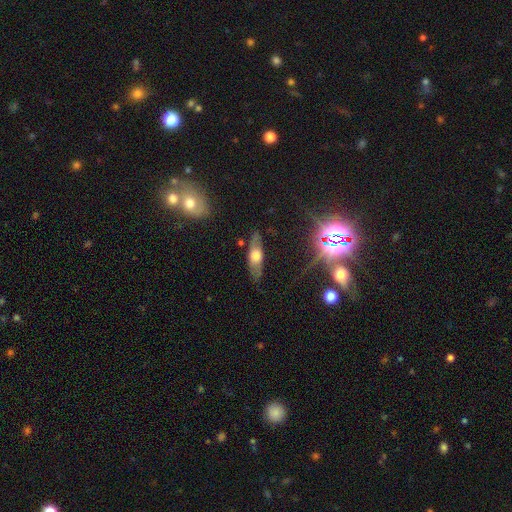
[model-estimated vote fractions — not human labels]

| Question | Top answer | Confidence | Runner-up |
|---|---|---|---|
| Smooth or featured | featured or disk | 46% | smooth (44%) |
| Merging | none | 77% | minor disturbance (16%) |